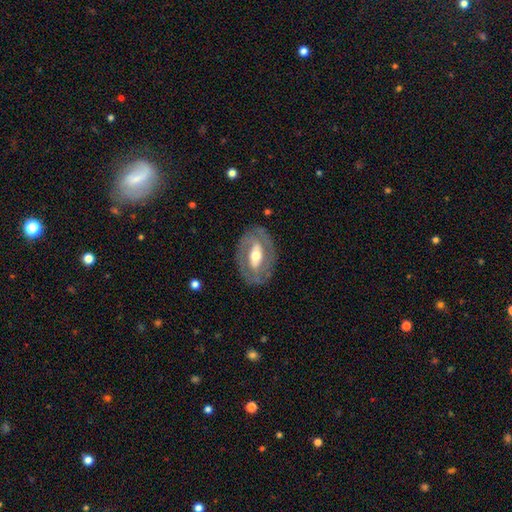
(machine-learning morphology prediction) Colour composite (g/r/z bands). It shows a featured or disk galaxy (66%) with no bar (38%), no spiral arms (63%) and a moderate central bulge (65%). Merging: none (79%).